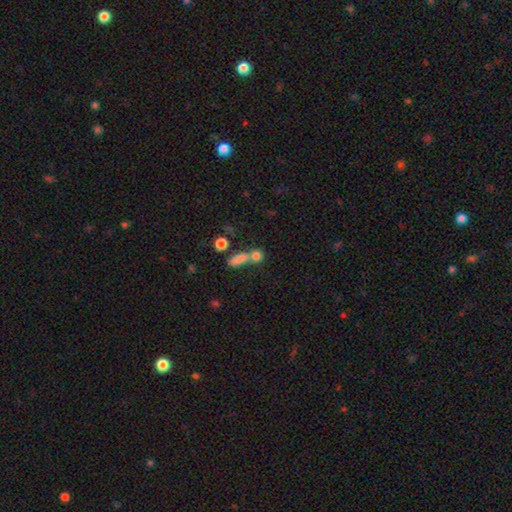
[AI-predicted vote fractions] smooth 77%, star or artifact 12%, featured or disk 11%. Down the decision tree: how rounded — round (58%); merging — merger (50%).